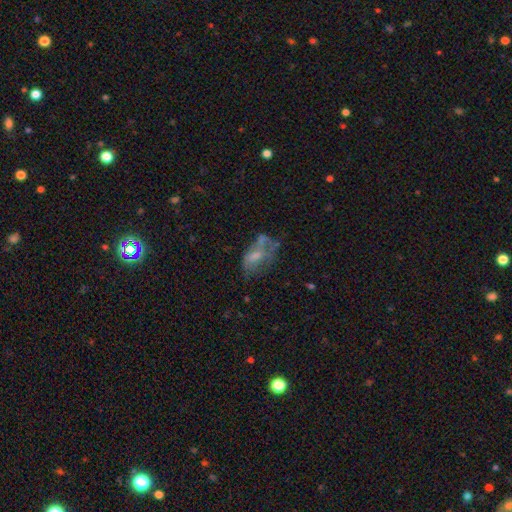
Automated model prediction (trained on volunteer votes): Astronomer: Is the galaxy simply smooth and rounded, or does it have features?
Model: featured or disk — 45% (runner-up: smooth, 44%).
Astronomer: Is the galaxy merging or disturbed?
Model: major disturbance — 33% (runner-up: none, 32%).